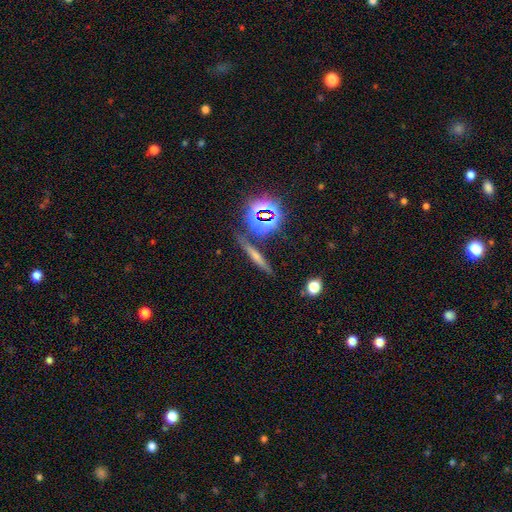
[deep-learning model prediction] The model was most divided on "smooth or featured": smooth: 51%, featured or disk: 27%, star or artifact: 22%. More confident: how rounded — cigar-shaped (84%); merging — none (81%).